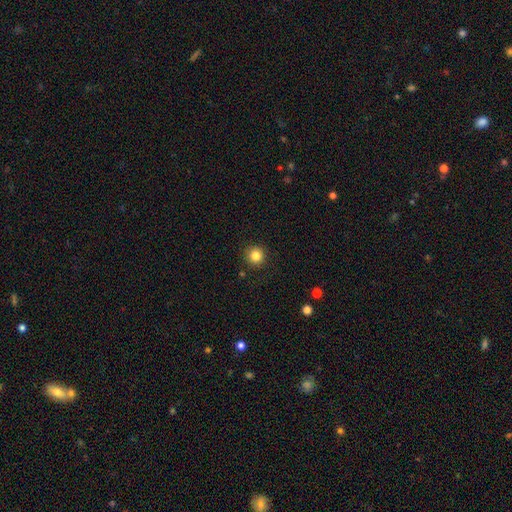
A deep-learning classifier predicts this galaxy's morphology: Smooth or featured: smooth — 83% (star or artifact — 11%)
How rounded: round — 95% (in between — 4%)
Merging: none — 91% (minor disturbance — 6%)